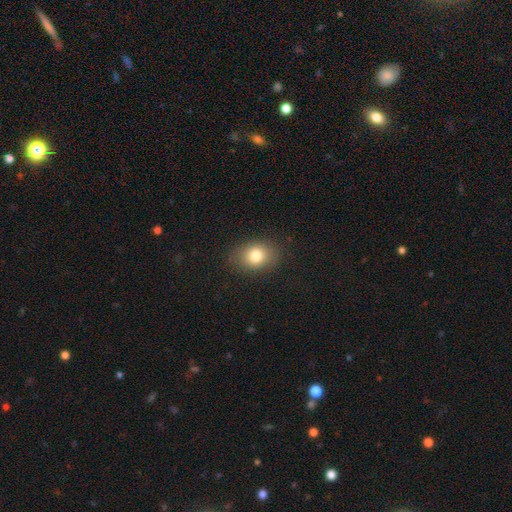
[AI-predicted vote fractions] Morphology: type=smooth (80%); roundness=in between (62%); merging=none (85%).